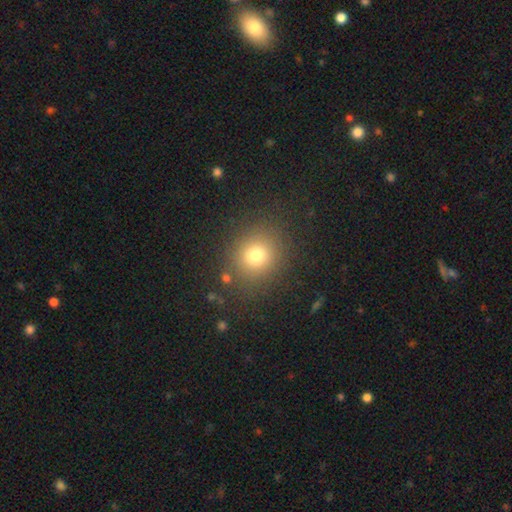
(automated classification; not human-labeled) smooth 75%, star or artifact 16%, featured or disk 9%. Down the decision tree: how rounded — round (83%); merging — none (86%).